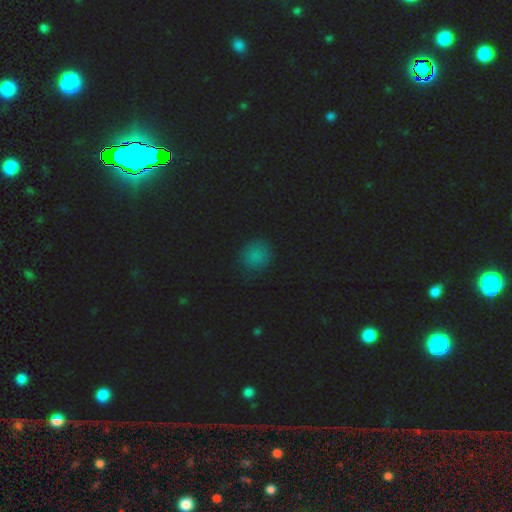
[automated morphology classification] The model was most divided on "smooth or featured": smooth: 74%, star or artifact: 21%, featured or disk: 5%. More confident: merging — none (84%); how rounded — round (80%).